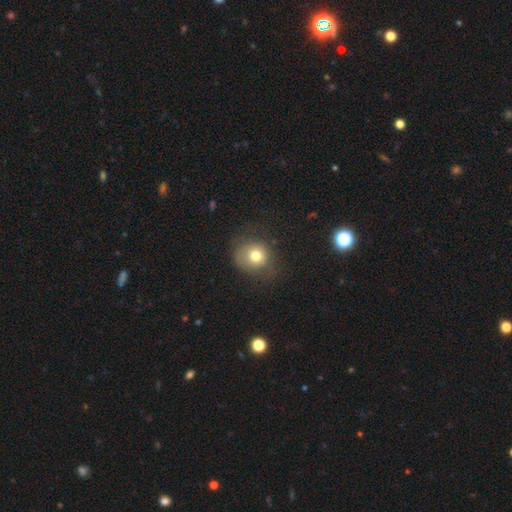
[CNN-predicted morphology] Smooth or featured? Predicted: smooth (p=0.75). How rounded? Predicted: round (p=0.81). Merging? Predicted: none (p=0.63).